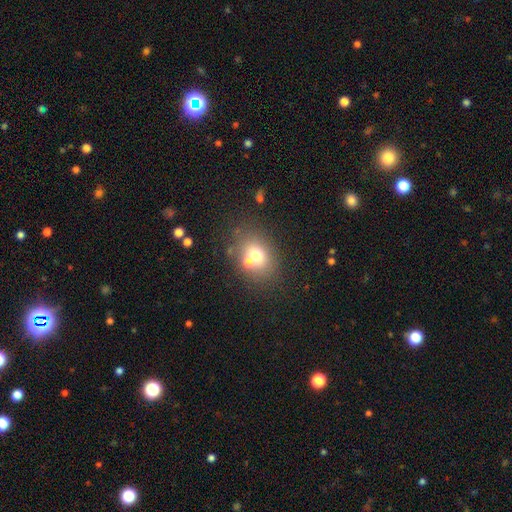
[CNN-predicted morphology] smooth 65%, featured or disk 21%, star or artifact 14%. Down the decision tree: how rounded — in between (50%); merging — none (52%).